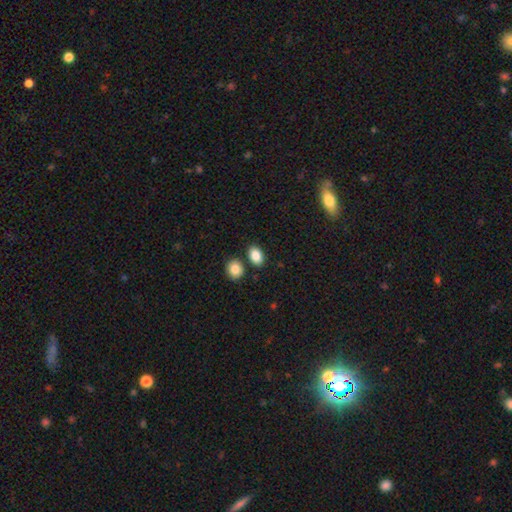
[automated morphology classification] type=smooth (86%); roundness=in between (81%); merging=none (77%).